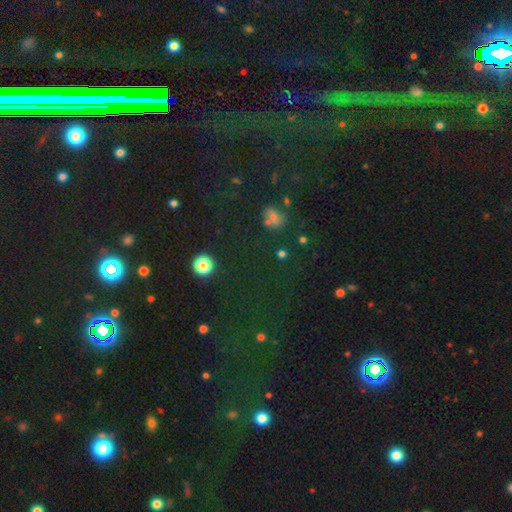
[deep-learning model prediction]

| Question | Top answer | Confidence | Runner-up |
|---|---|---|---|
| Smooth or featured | star or artifact | 67% | smooth (24%) |